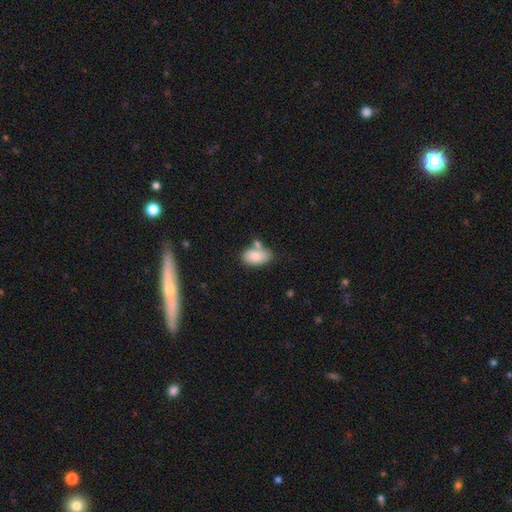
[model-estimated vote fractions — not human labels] A smooth galaxy with no disk features (81%) that is in between round and cigar-shaped (92%). Merging: none (55%).